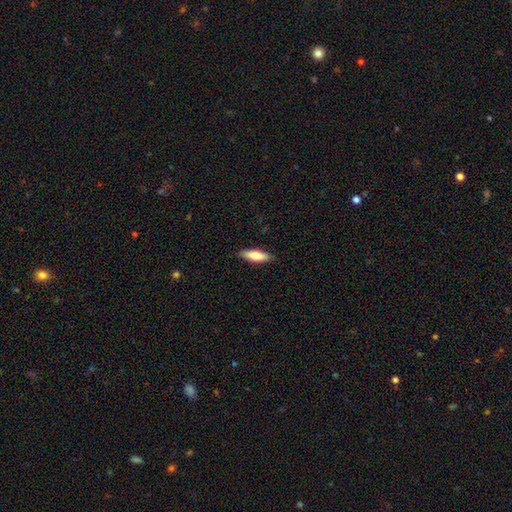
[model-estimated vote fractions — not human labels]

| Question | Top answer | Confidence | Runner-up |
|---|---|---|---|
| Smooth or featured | smooth | 71% | featured or disk (23%) |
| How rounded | in between | 50% | cigar-shaped (48%) |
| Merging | none | 89% | minor disturbance (8%) |